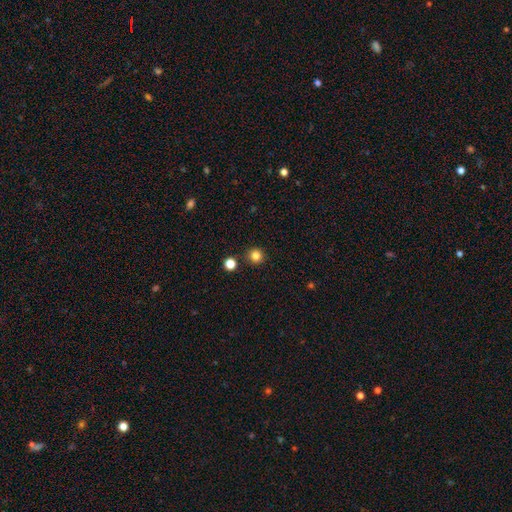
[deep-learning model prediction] smooth_or_featured: smooth (p=0.83) [alt: star or artifact p=0.13]
how_rounded: round (p=0.95) [alt: in between p=0.04]
merging: none (p=0.89) [alt: minor disturbance p=0.05]